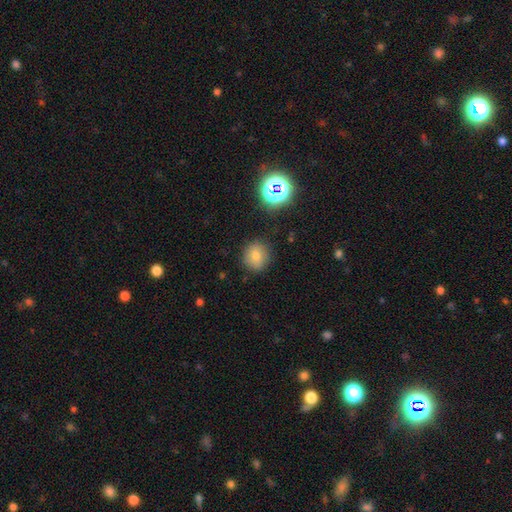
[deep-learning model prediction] Smooth or featured? Predicted: smooth (p=0.72). How rounded? Predicted: round (p=0.85). Merging? Predicted: none (p=0.84).